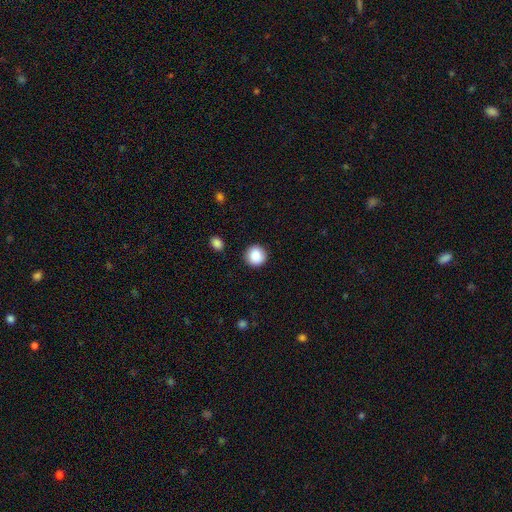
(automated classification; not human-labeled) Q: Smooth or featured?
A: smooth (88%); runner-up: star or artifact (8%)
Q: How rounded?
A: round (94%); runner-up: in between (5%)
Q: Merging?
A: none (91%); runner-up: minor disturbance (6%)